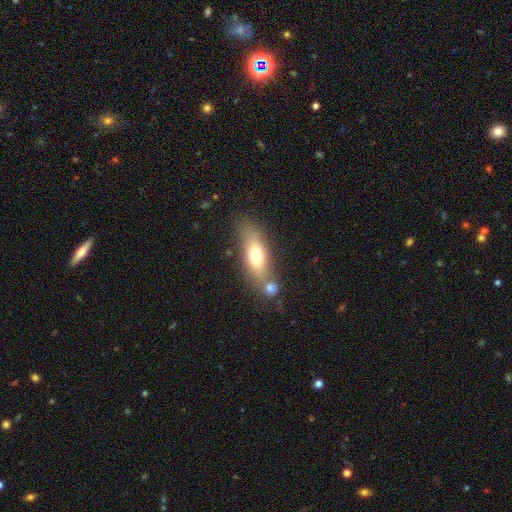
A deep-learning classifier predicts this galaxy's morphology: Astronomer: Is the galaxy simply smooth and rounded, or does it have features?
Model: smooth — 66%.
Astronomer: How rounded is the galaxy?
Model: in between — 64%.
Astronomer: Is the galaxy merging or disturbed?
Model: none — 60%.